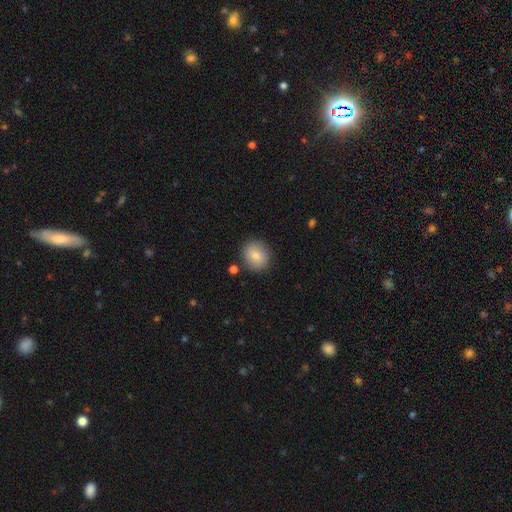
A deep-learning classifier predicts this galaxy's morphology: Smooth or featured? Predicted: smooth (p=0.81). How rounded? Predicted: round (p=0.85). Merging? Predicted: none (p=0.85).